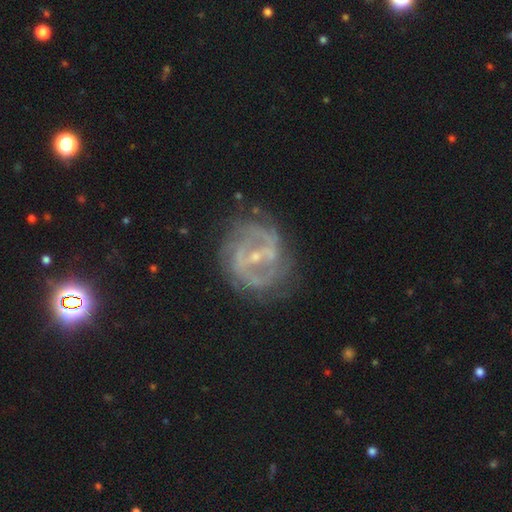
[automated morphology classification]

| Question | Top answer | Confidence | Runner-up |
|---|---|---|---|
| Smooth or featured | featured or disk | 84% | star or artifact (8%) |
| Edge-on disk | no | 97% | yes (3%) |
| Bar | strong | 42% | weak (40%) |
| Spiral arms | yes | 86% | no (14%) |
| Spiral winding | medium | 43% | tight (40%) |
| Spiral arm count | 2 | 55% | can't tell (23%) |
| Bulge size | small | 73% | moderate (22%) |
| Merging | none | 71% | minor disturbance (17%) |